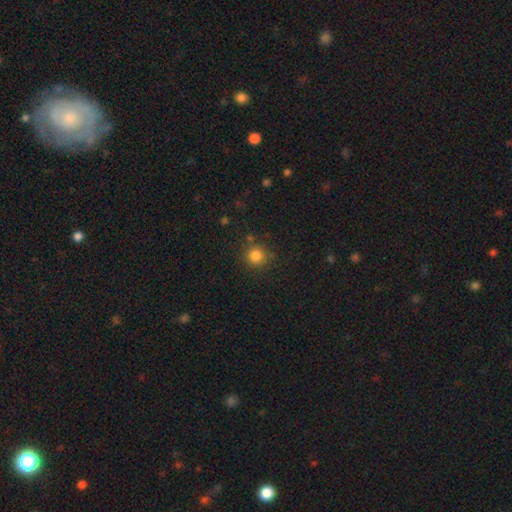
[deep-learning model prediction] This is clearly a smooth galaxy (83%). How rounded: clearly round (94%). Merging: clearly none (84%).